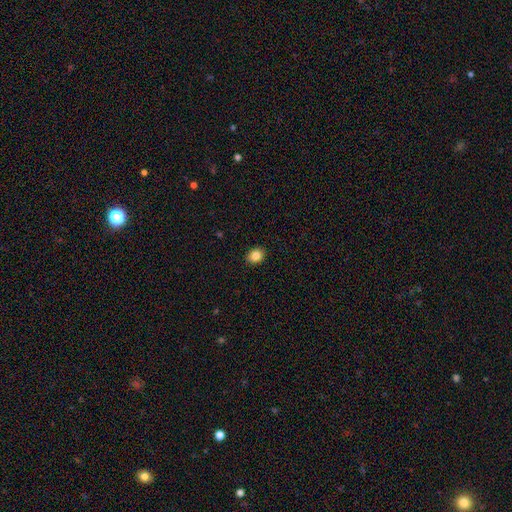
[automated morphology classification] type=smooth (85%); roundness=round (57%); merging=none (91%).